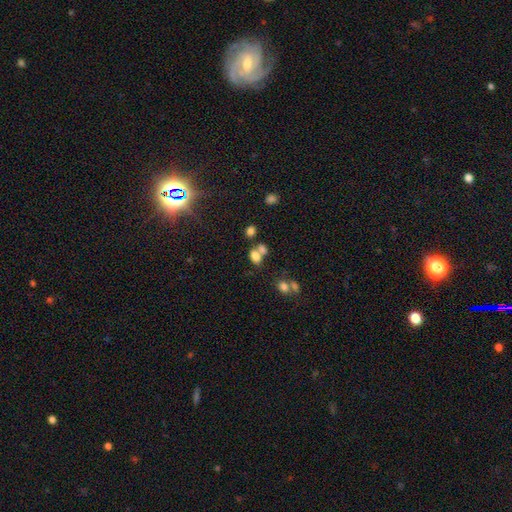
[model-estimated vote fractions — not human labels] Smooth or featured?
  - smooth: 72% *
  - star or artifact: 16%
  - featured or disk: 12%
How rounded?
  - in between: 79% *
  - round: 19%
  - cigar-shaped: 2%
Merging?
  - merger: 47% *
  - none: 36%
  - minor disturbance: 10%
  - major disturbance: 6%